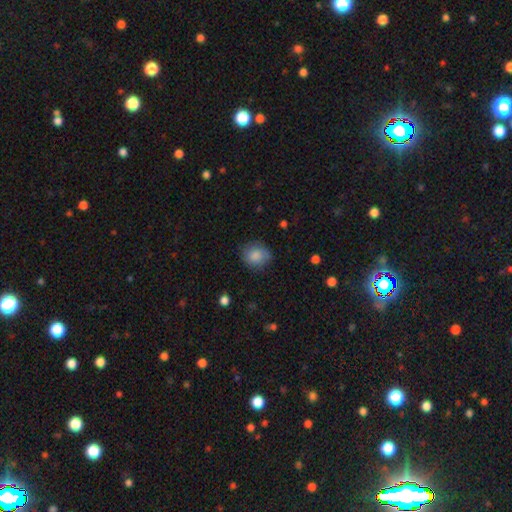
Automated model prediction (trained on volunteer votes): Overall: smooth (84%). How rounded: round (75%). Merging: none (77%).